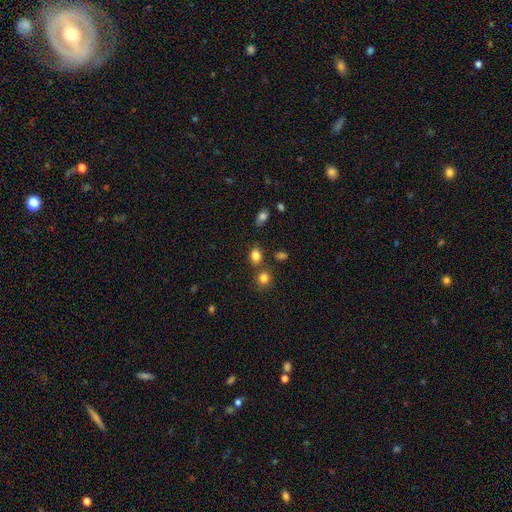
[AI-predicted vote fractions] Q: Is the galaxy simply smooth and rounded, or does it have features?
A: smooth — 82%.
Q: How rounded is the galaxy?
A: round — 51%.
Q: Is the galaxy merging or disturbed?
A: none — 69%.